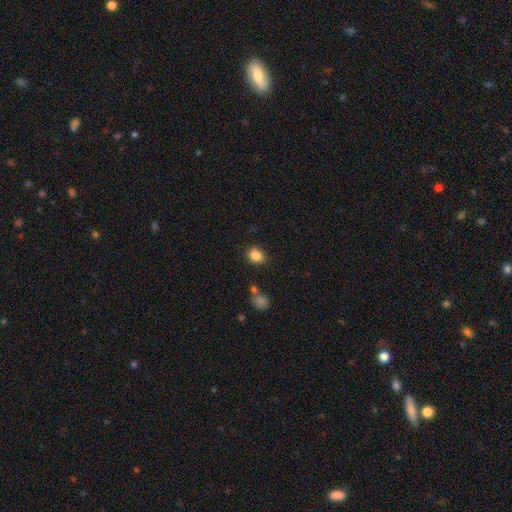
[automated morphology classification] Smooth or featured? Predicted: smooth (p=0.85). How rounded? Predicted: round (p=0.59). Merging? Predicted: none (p=0.79).